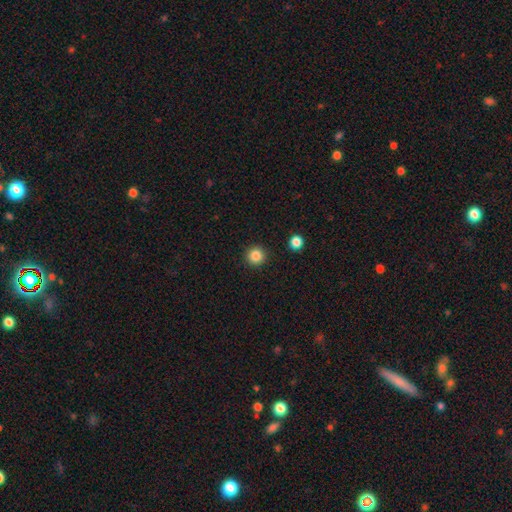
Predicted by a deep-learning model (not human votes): A smooth galaxy with no disk features (85%) that is round (95%). Merging: none (92%).